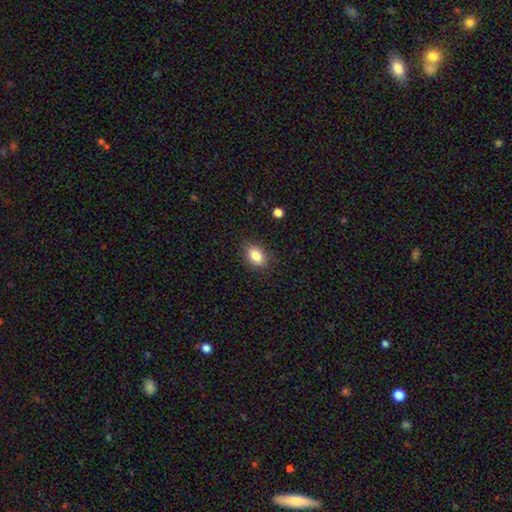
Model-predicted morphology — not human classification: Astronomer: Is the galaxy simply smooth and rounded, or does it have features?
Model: smooth — 84%.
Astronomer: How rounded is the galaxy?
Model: in between — 84%.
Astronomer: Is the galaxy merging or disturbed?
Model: none — 86%.